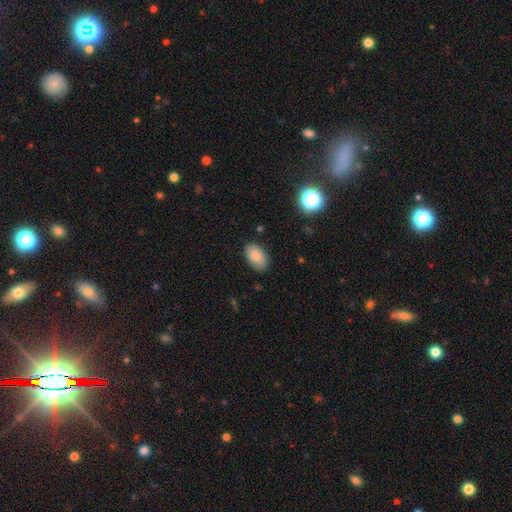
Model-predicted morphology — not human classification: This appears to be a smooth galaxy with no disk features (86%) that is in between round and cigar-shaped (93%). Merging: none (84%).